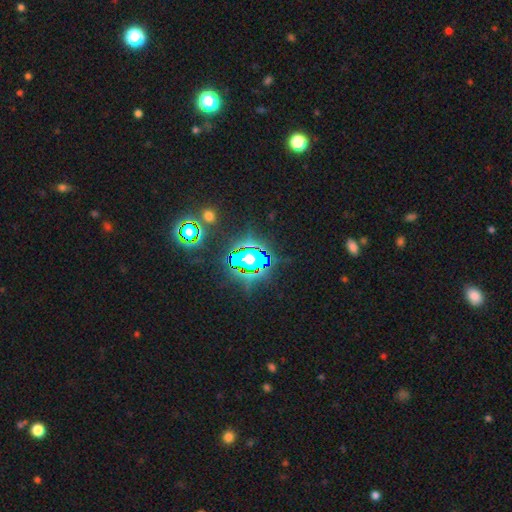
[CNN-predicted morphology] star or artifact 80%, smooth 12%, featured or disk 9%.